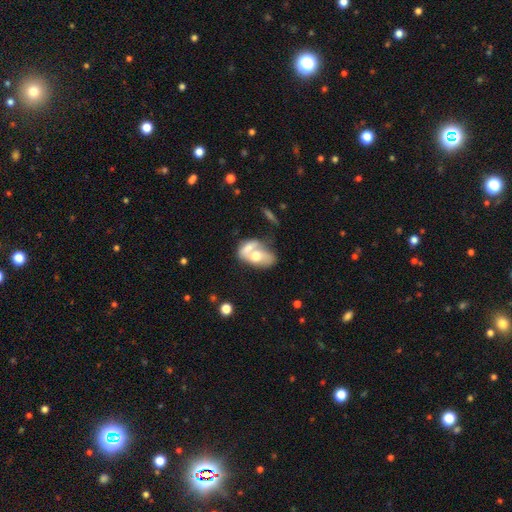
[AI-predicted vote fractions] Q: Smooth or featured?
A: smooth (52%); runner-up: featured or disk (42%)
Q: How rounded?
A: in between (83%); runner-up: round (14%)
Q: Merging?
A: merger (69%); runner-up: none (14%)